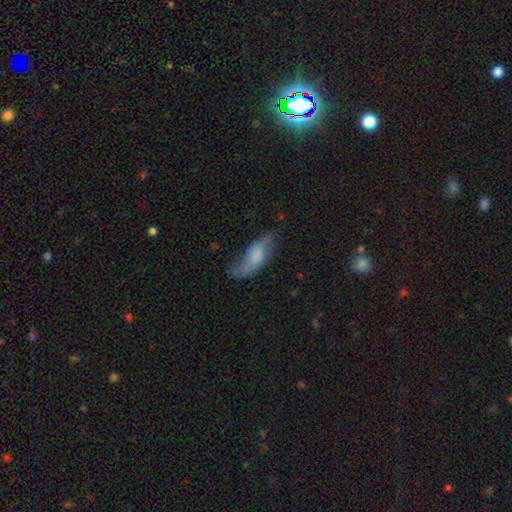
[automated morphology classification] This is possibly a smooth galaxy (56%). How rounded: likely in between (72%). Merging: possibly none (47%).